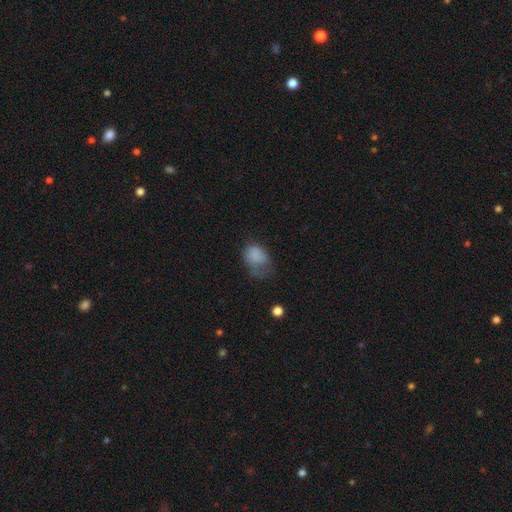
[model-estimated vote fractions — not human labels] Smooth or featured? smooth (77%)
How rounded? in between (71%)
Merging? major disturbance (39%)